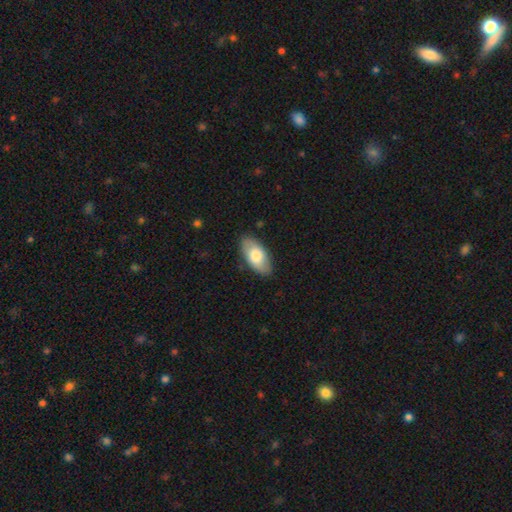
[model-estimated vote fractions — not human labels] Smooth or featured: smooth — 75% (featured or disk — 19%)
How rounded: in between — 93% (cigar-shaped — 4%)
Merging: none — 85% (minor disturbance — 12%)